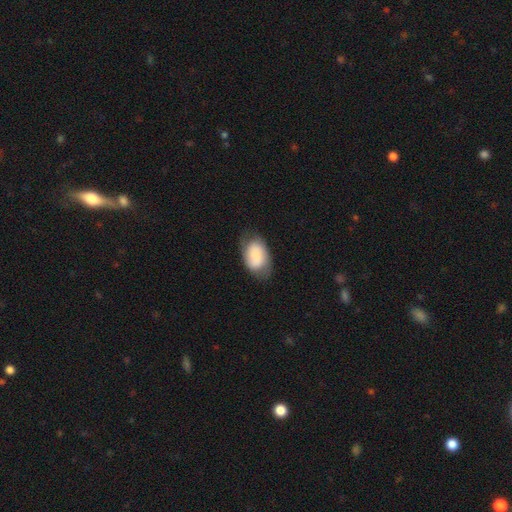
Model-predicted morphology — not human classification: type=smooth (76%); roundness=in between (91%); merging=none (65%).